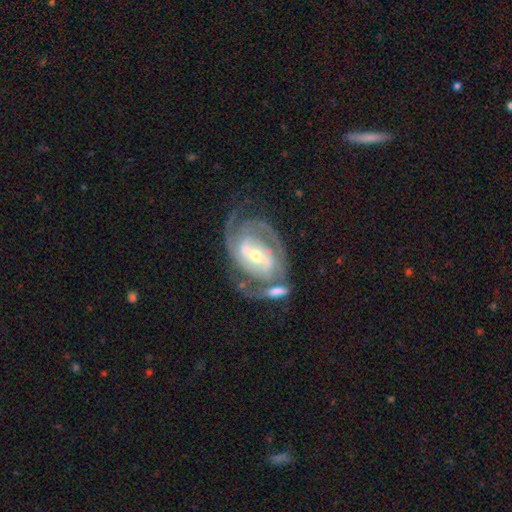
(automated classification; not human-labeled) Morphology: type=featured or disk (89%); edge-on=no (96%); bar=weak (41%); spiral arms=yes (96%); winding=tight (54%); arm count=2 (55%); bulge=small (48%); merging=none (48%).